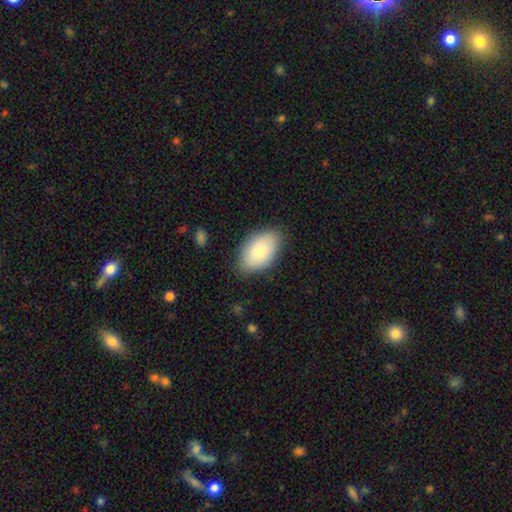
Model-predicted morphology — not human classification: Q: Smooth or featured?
A: smooth (84%); runner-up: featured or disk (10%)
Q: How rounded?
A: in between (94%); runner-up: round (5%)
Q: Merging?
A: none (83%); runner-up: minor disturbance (13%)